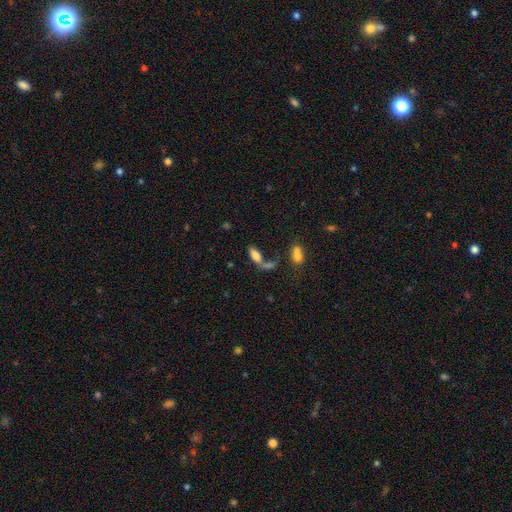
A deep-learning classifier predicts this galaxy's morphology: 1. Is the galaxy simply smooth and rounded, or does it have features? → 76% smooth, 13% featured or disk, 10% star or artifact.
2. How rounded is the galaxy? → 81% in between, 16% cigar-shaped, 3% round.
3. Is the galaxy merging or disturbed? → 44% none, 34% merger, 13% minor disturbance, 9% major disturbance.